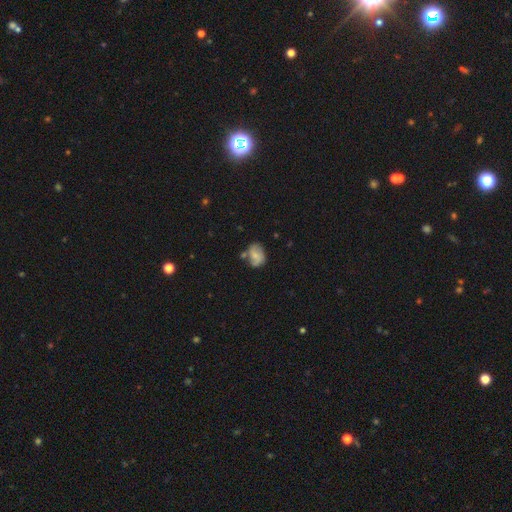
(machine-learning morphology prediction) Smooth or featured: smooth — 54% (featured or disk — 36%)
How rounded: in between — 70% (round — 29%)
Merging: none — 53% (minor disturbance — 26%)